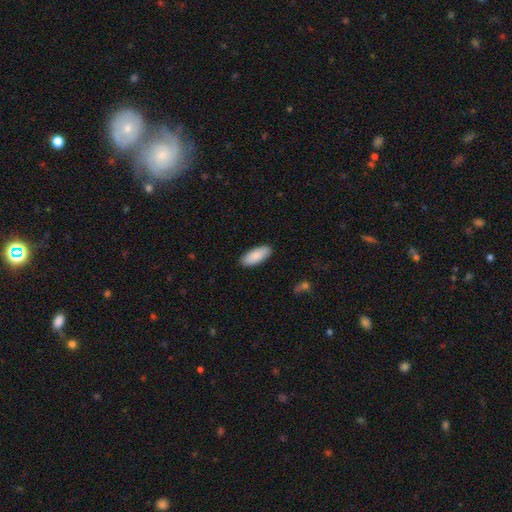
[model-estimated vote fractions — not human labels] This appears to be a smooth galaxy with no disk features (88%) that is in between round and cigar-shaped (81%). Merging: none (88%).